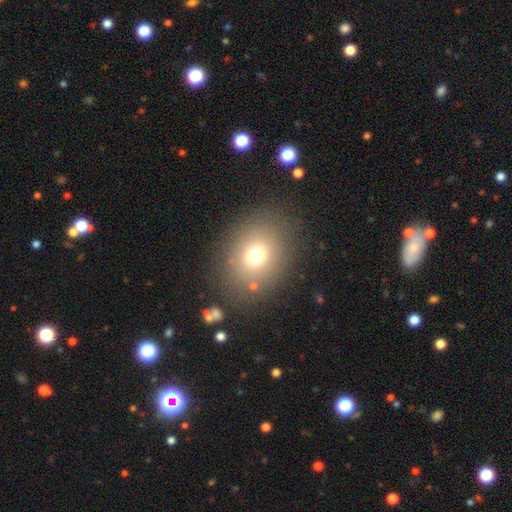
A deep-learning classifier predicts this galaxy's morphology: The model was most divided on "how rounded": round: 50%, in between: 49%, cigar-shaped: 1%. More confident: merging — none (80%); smooth or featured — smooth (71%).